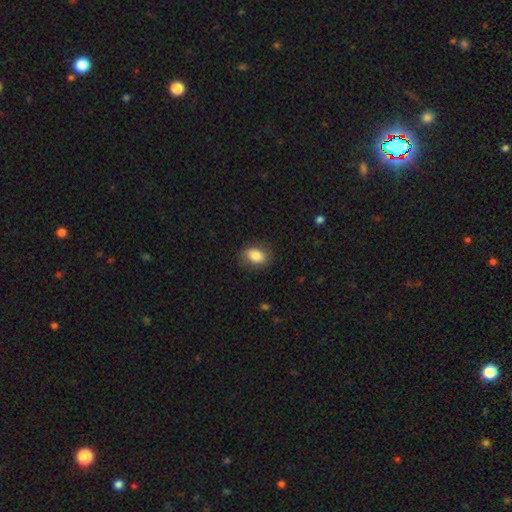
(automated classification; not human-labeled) smooth-or-featured: smooth: 84% | star or artifact: 8% | featured or disk: 8%
  how-rounded: in between: 77% | round: 22% | cigar-shaped: 1%
  merging: none: 82% | minor disturbance: 13% | major disturbance: 3% | merger: 1%